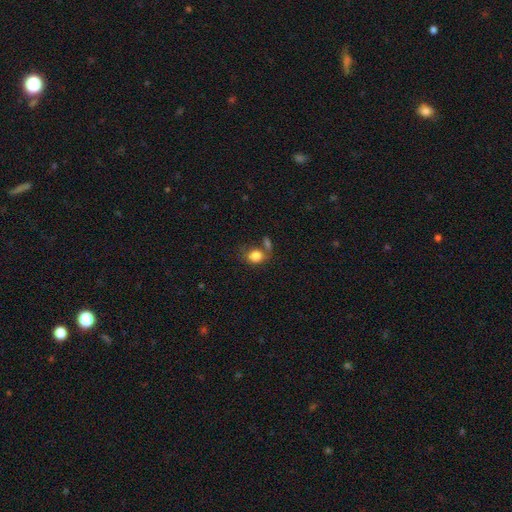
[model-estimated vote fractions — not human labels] Overall: smooth (83%). How rounded: round (54%; in between 44%). Merging: none (48%; merger 22%).